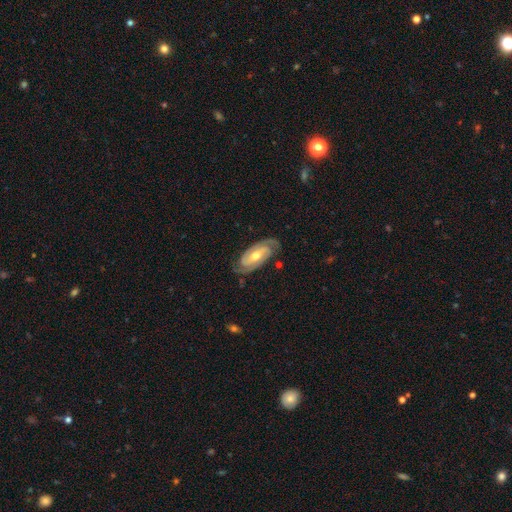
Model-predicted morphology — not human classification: featured or disk 89%, smooth 7%, star or artifact 4%. Down the decision tree: edge-on disk — no (95%); bar — no (43%); spiral arms — yes (97%); spiral arm count — 2 (89%); spiral winding — tight (62%); bulge size — moderate (71%); merging — none (81%).